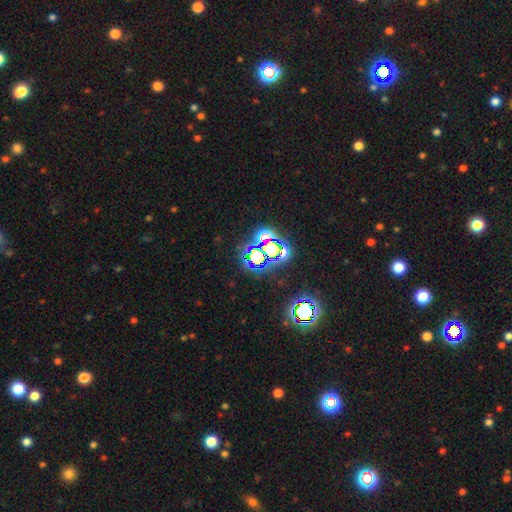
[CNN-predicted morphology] smooth-or-featured: star or artifact: 76% | smooth: 14% | featured or disk: 10%